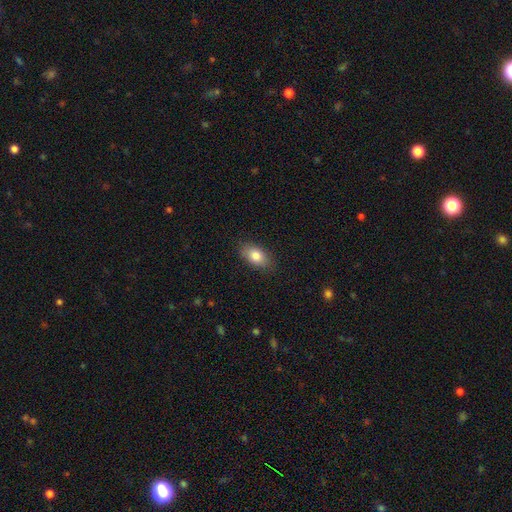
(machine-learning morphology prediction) This is clearly a smooth galaxy (83%). How rounded: clearly in between (89%). Merging: clearly none (84%).